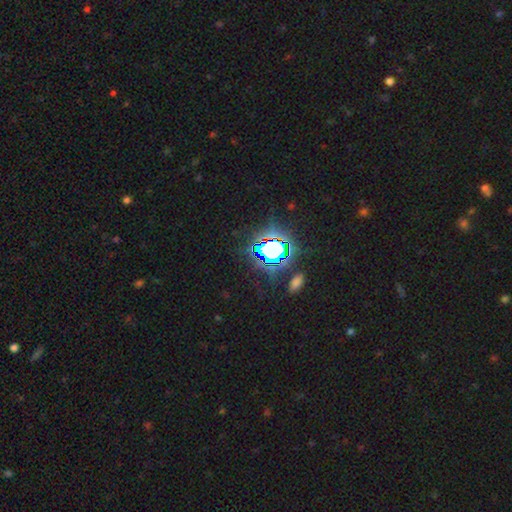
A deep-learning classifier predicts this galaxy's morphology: Overall: star or artifact (83%).